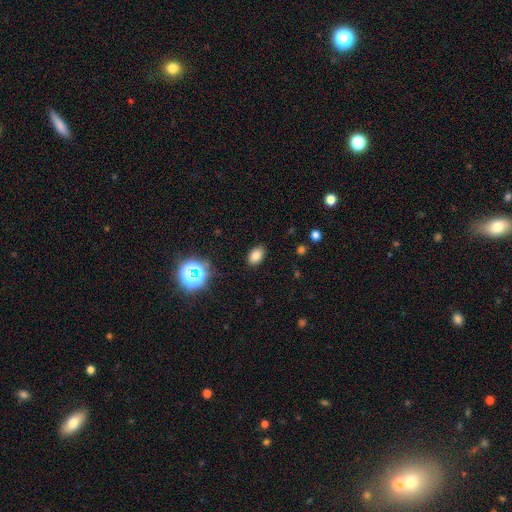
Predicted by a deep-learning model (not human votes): smooth_or_featured: smooth (p=0.79) [alt: star or artifact p=0.15]
how_rounded: in between (p=0.83) [alt: round p=0.16]
merging: none (p=0.86) [alt: minor disturbance p=0.10]